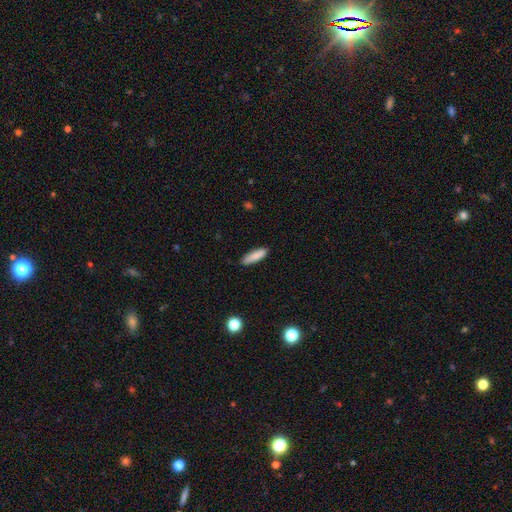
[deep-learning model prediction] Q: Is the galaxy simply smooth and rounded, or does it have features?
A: smooth — 87%.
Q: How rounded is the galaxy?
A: cigar-shaped — 66%.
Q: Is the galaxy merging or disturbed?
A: none — 86%.